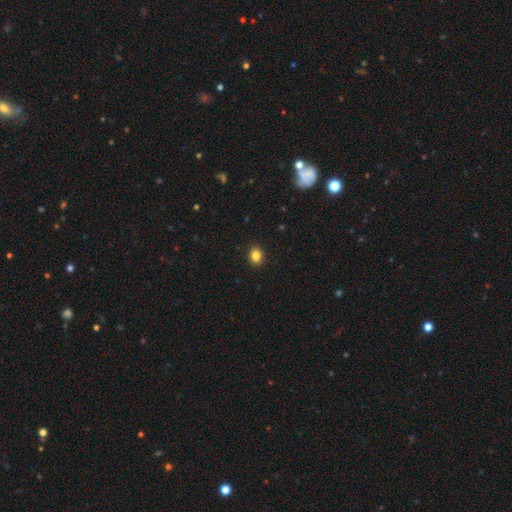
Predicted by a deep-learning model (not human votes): Smooth or featured: smooth — 85% (star or artifact — 10%)
How rounded: in between — 53% (round — 46%)
Merging: none — 91% (minor disturbance — 7%)